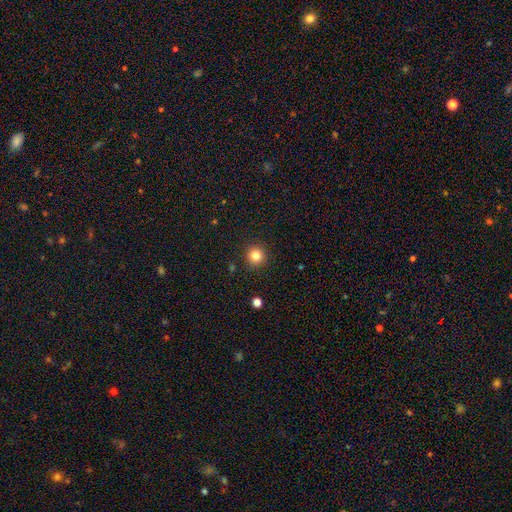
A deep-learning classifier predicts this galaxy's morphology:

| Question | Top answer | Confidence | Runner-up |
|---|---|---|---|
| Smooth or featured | smooth | 83% | star or artifact (12%) |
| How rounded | round | 95% | in between (4%) |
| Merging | none | 91% | minor disturbance (6%) |